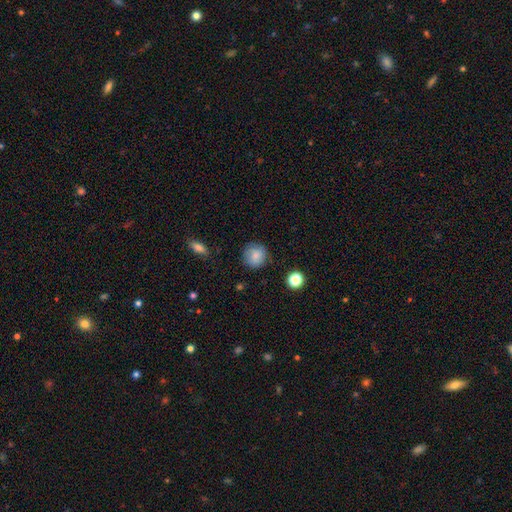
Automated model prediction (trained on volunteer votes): Morphology: type=smooth (76%); roundness=round (90%); merging=none (80%).